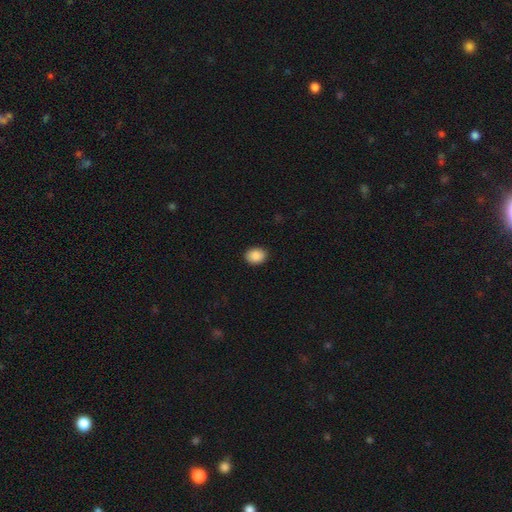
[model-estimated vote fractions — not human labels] smooth-or-featured: smooth: 89% | star or artifact: 8% | featured or disk: 3%
  how-rounded: in between: 60% | round: 39% | cigar-shaped: 1%
  merging: none: 91% | minor disturbance: 7% | major disturbance: 2% | merger: 1%